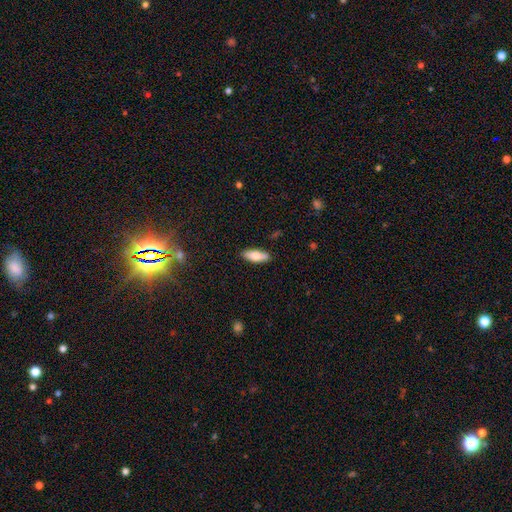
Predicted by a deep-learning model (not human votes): Smooth or featured?
  - smooth: 75% *
  - featured or disk: 18%
  - star or artifact: 6%
How rounded?
  - in between: 72% *
  - cigar-shaped: 26%
  - round: 2%
Merging?
  - none: 86% *
  - minor disturbance: 10%
  - major disturbance: 2%
  - merger: 1%